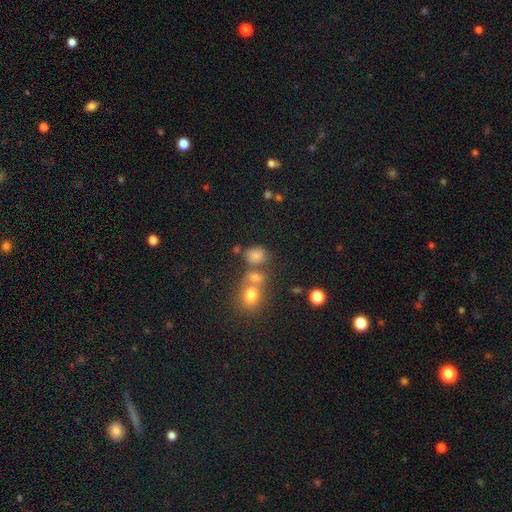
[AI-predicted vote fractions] Q: Smooth or featured?
A: smooth (76%); runner-up: star or artifact (16%)
Q: How rounded?
A: round (55%); runner-up: in between (44%)
Q: Merging?
A: none (54%); runner-up: merger (29%)